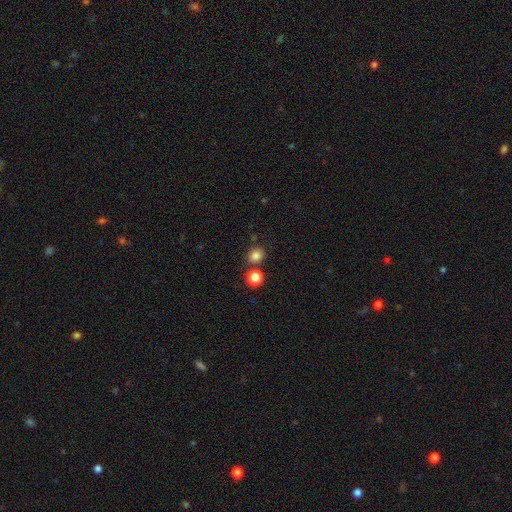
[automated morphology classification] Smooth or featured: smooth — 82% (star or artifact — 13%)
How rounded: round — 76% (in between — 23%)
Merging: none — 75% (merger — 13%)